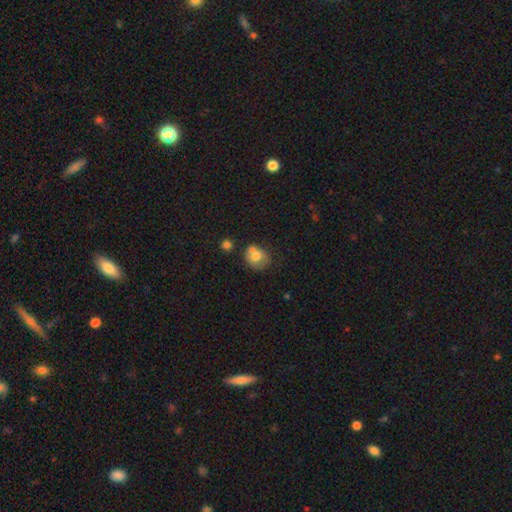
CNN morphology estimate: This appears to be a smooth galaxy with no disk features (69%) that is round (62%). Merging: none (44%).